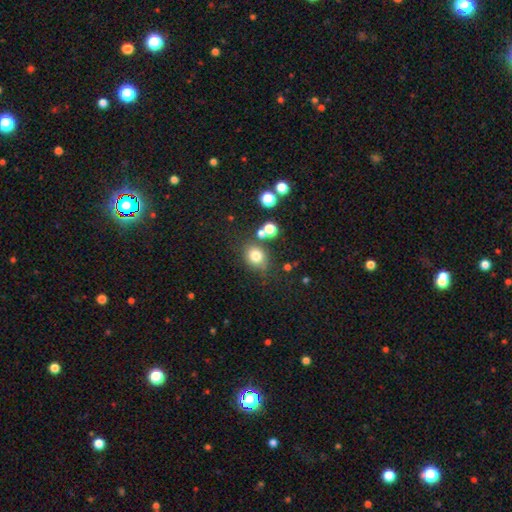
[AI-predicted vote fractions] smooth 77%, star or artifact 14%, featured or disk 8%. Down the decision tree: how rounded — round (64%); merging — none (70%).